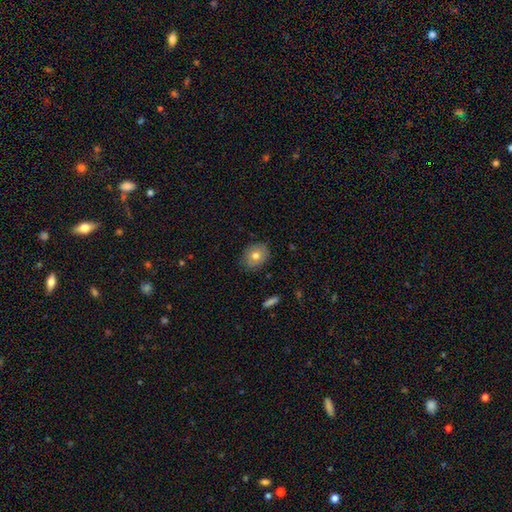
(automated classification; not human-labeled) smooth-or-featured: smooth: 73% | featured or disk: 18% | star or artifact: 9%
  how-rounded: round: 54% | in between: 45% | cigar-shaped: 1%
  merging: none: 85% | minor disturbance: 12% | major disturbance: 2% | merger: 1%